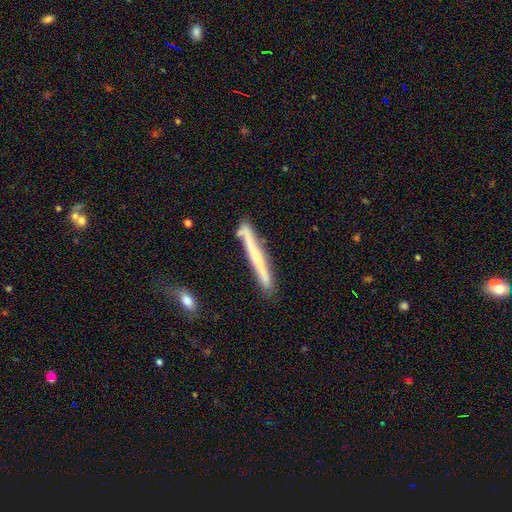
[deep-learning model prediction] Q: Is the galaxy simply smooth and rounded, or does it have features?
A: featured or disk — 54%.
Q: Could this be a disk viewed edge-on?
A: yes — 93%.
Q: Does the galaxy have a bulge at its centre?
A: none — 70%.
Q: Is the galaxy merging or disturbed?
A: none — 79%.